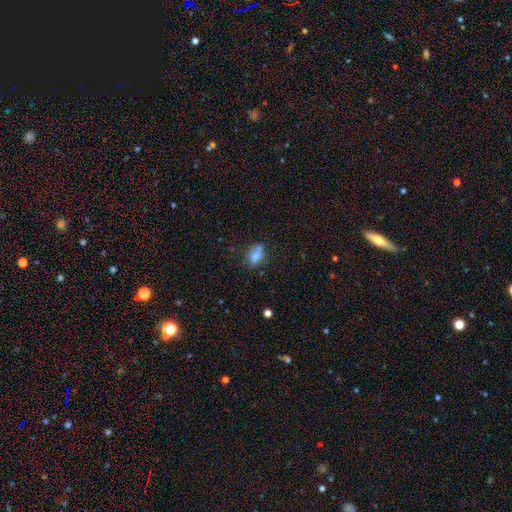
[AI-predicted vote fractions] This appears to be a smooth galaxy with no disk features (73%) that is in between round and cigar-shaped (67%). Merging: none (47%).